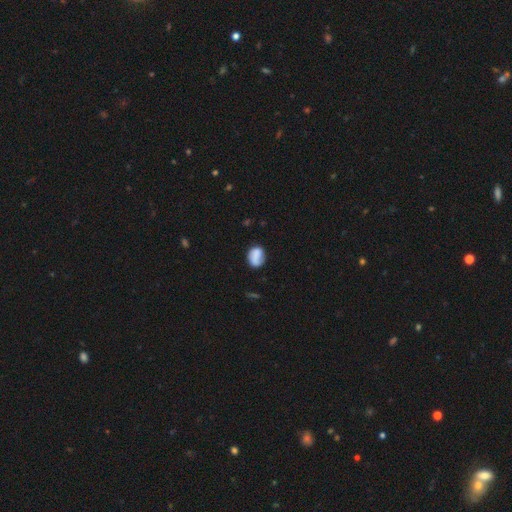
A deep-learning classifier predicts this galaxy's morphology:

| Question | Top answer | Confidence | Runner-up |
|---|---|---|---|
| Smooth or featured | smooth | 72% | featured or disk (20%) |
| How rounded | in between | 51% | round (48%) |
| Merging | none | 58% | minor disturbance (25%) |